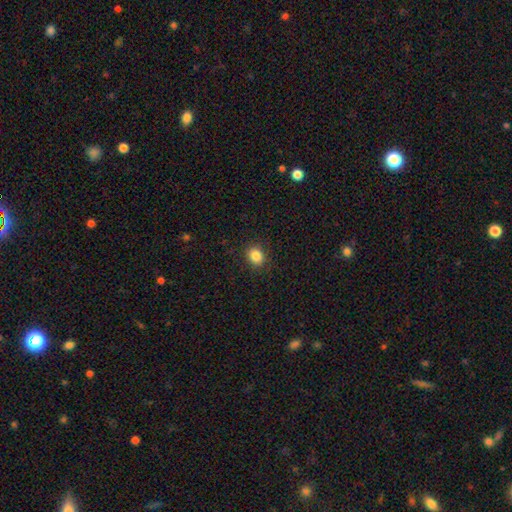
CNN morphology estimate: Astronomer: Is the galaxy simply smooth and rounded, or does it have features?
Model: smooth — 85%.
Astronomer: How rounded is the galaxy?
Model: round — 67%.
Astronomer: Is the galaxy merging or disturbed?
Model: none — 89%.